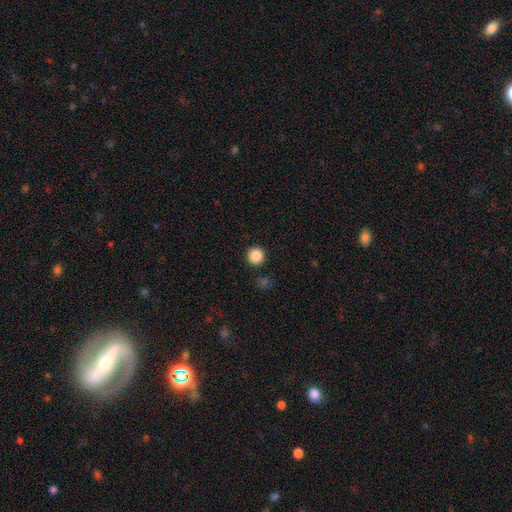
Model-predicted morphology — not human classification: smooth-or-featured: smooth: 87% | star or artifact: 10% | featured or disk: 3%
  how-rounded: round: 96% | in between: 3% | cigar-shaped: 1%
  merging: none: 92% | minor disturbance: 5% | merger: 2% | major disturbance: 2%